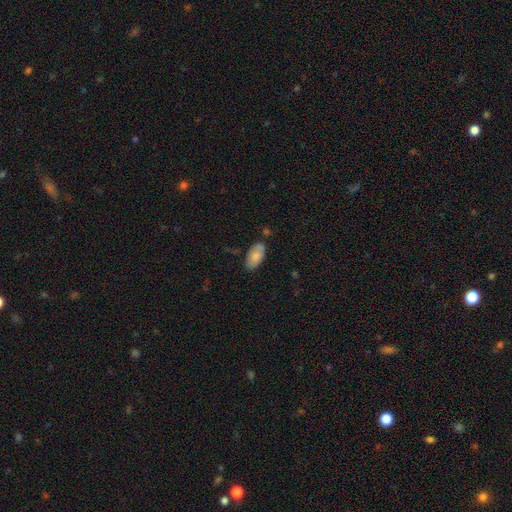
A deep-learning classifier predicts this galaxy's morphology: Smooth or featured: smooth — 82% (featured or disk — 12%)
How rounded: in between — 93% (cigar-shaped — 4%)
Merging: none — 77% (minor disturbance — 16%)